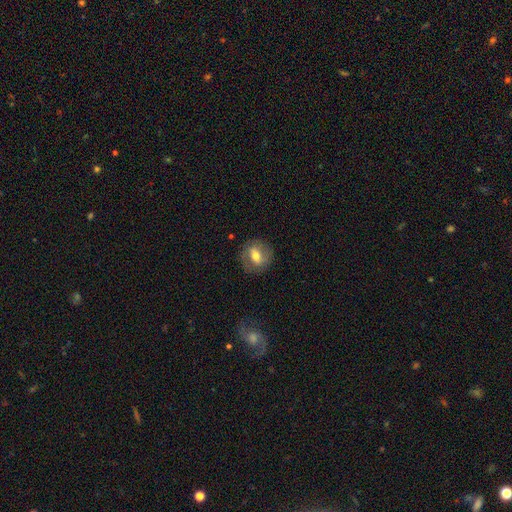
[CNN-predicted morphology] type=featured or disk (48%); merging=none (81%).